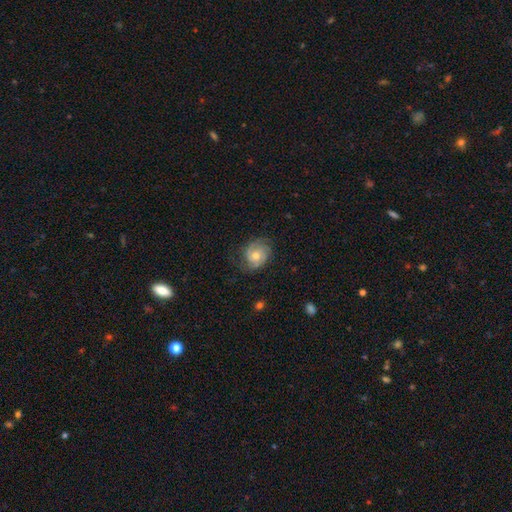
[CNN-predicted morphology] Smooth or featured? Predicted: featured or disk (p=0.69). Edge-on disk? Predicted: no (p=0.97). Bar? Predicted: no (p=0.75). Spiral arms? Predicted: yes (p=0.92). Spiral winding? Predicted: tight (p=0.49). Spiral arm count? Predicted: 2 (p=0.52). Bulge size? Predicted: moderate (p=0.63). Merging? Predicted: none (p=0.68).